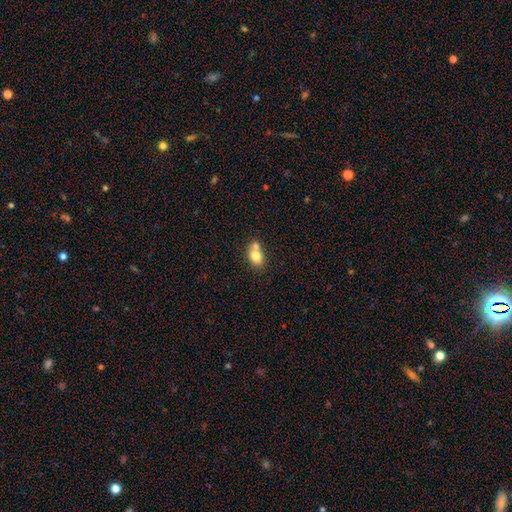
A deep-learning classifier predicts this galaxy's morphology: smooth 76%, featured or disk 15%, star or artifact 9%. Down the decision tree: how rounded — in between (64%); merging — merger (50%).